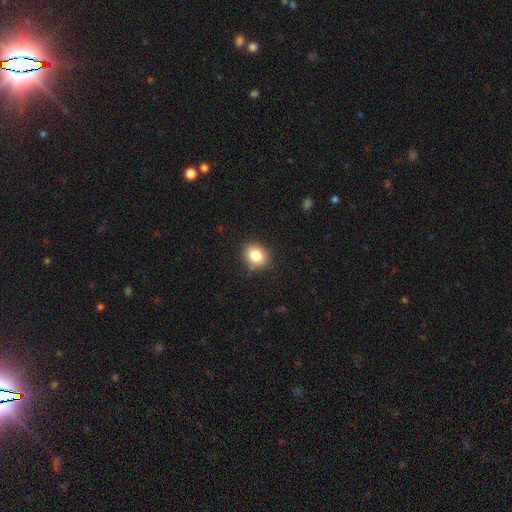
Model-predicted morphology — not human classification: A smooth galaxy with no disk features (83%) that is round (66%).

Vote fractions:
- Smooth or featured? smooth: 83% / star or artifact: 10% / featured or disk: 7%
- How rounded? round: 66% / in between: 33% / cigar-shaped: 1%
- Merging? none: 87% / minor disturbance: 10% / major disturbance: 2% / merger: 1%